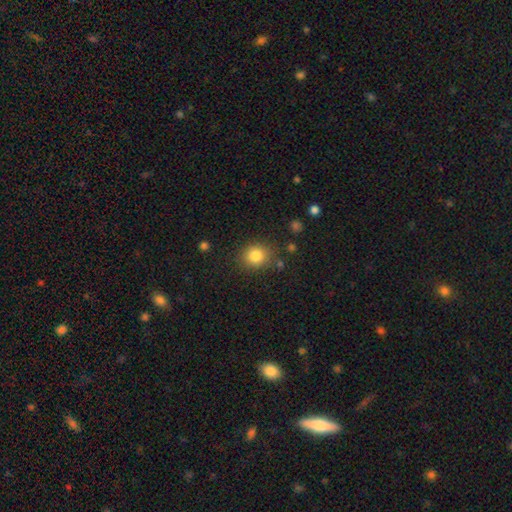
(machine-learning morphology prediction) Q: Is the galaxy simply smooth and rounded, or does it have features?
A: smooth — 83%.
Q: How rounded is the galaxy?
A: round — 77%.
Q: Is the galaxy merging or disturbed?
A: none — 82%.